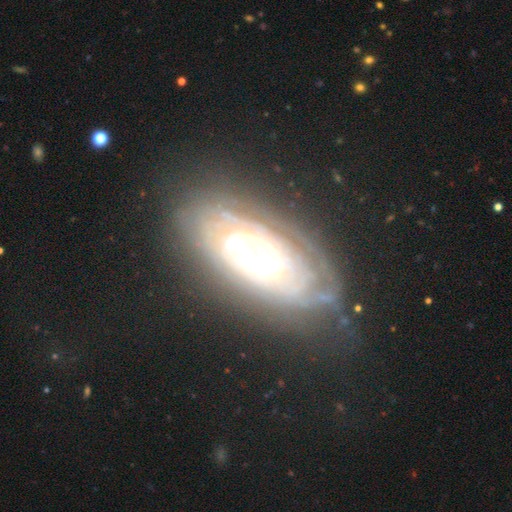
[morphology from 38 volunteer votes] smooth_or_featured: featured or disk (p=0.84) [alt: smooth p=0.11]
disk_edge_on: no (p=0.94) [alt: yes p=0.06]
bar: no (p=0.60) [alt: weak p=0.30]
has_spiral_arms: yes (p=0.80) [alt: no p=0.20]
spiral_winding: tight (p=0.67) [alt: medium p=0.21]
spiral_arm_count: can't tell (p=0.54) [alt: 2 p=0.21]
bulge_size: moderate (p=0.47) [alt: large p=0.40]
merging: none (p=0.67) [alt: minor disturbance p=0.22]